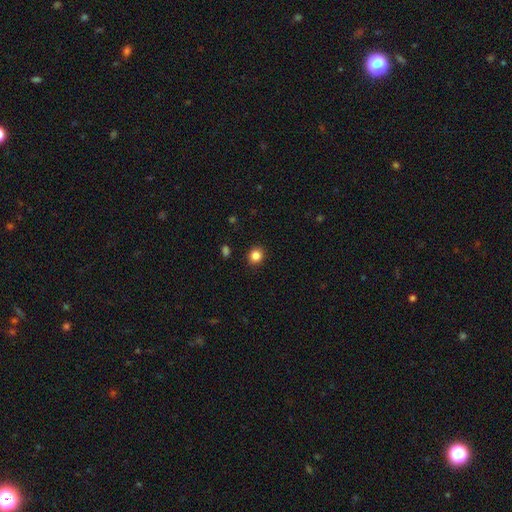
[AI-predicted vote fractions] Smooth or featured? Predicted: smooth (p=0.85). How rounded? Predicted: round (p=0.80). Merging? Predicted: none (p=0.91).